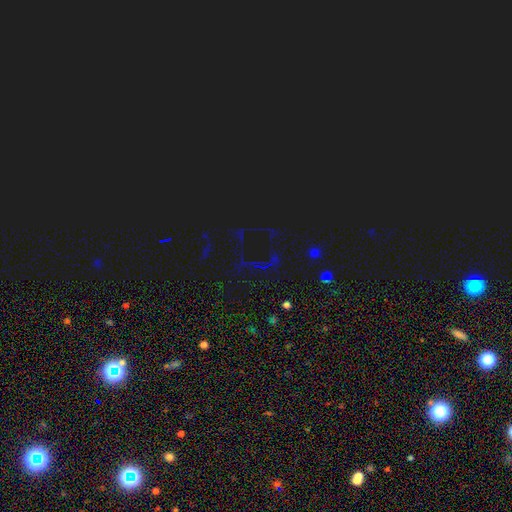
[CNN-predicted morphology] Smooth or featured: star or artifact — 78% (smooth — 13%)